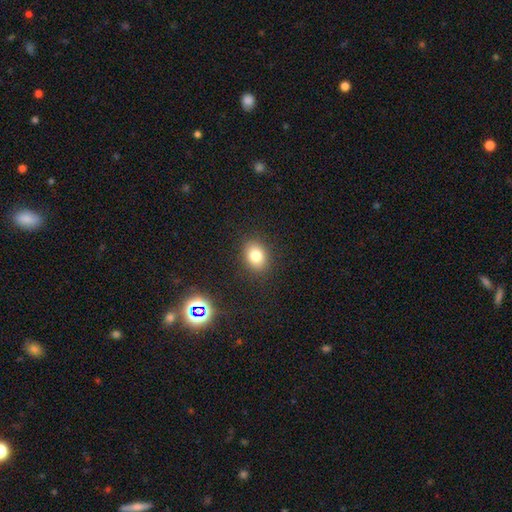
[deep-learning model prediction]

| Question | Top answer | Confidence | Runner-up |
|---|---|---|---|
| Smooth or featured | smooth | 80% | star or artifact (12%) |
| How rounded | in between | 61% | round (38%) |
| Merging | none | 87% | minor disturbance (9%) |